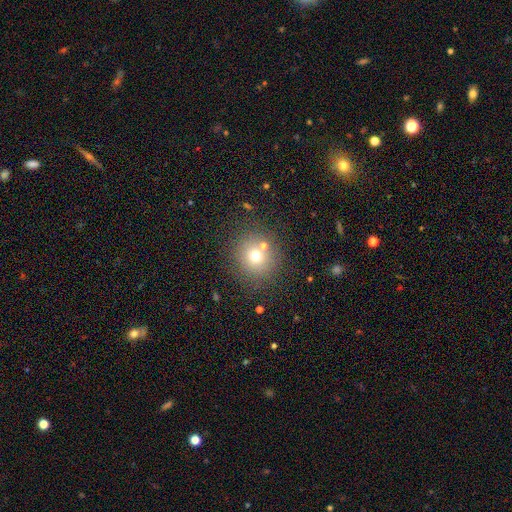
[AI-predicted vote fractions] Morphology: type=smooth (68%); roundness=round (92%); merging=none (74%).